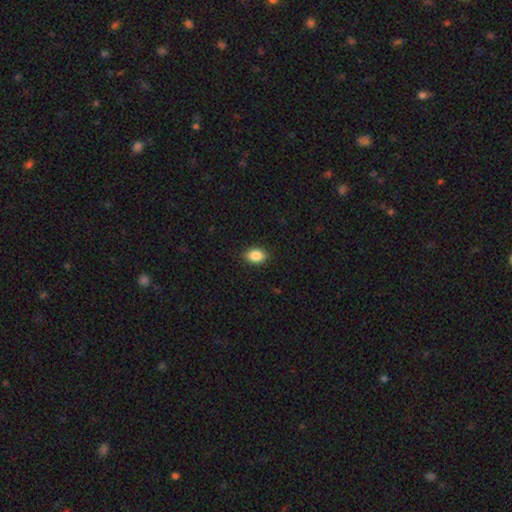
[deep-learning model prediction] smooth_or_featured: smooth (p=0.88) [alt: star or artifact p=0.08]
how_rounded: in between (p=0.80) [alt: round p=0.19]
merging: none (p=0.90) [alt: minor disturbance p=0.08]